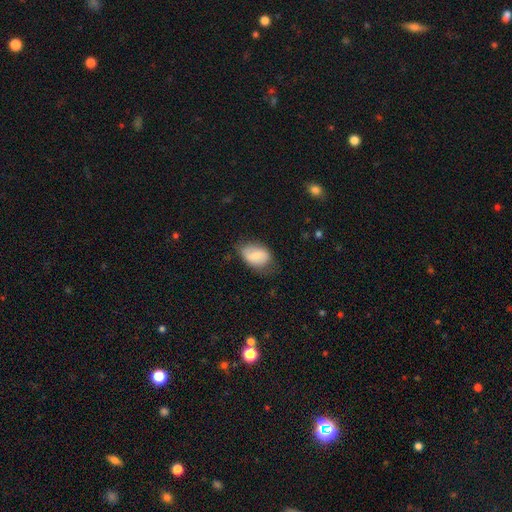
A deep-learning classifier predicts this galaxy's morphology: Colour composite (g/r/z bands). It shows a smooth galaxy with no disk features (68%) that is in between round and cigar-shaped (82%). Merging: none (56%).